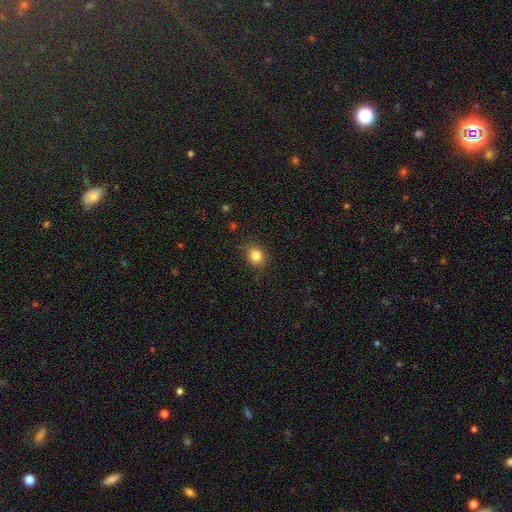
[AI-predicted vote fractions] Smooth or featured? Predicted: smooth (p=0.83). How rounded? Predicted: round (p=0.66). Merging? Predicted: none (p=0.83).